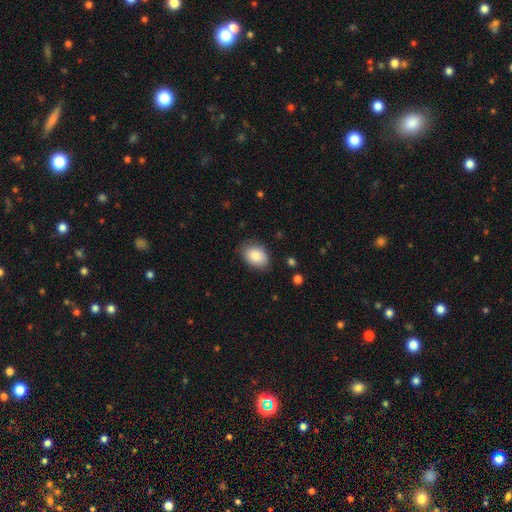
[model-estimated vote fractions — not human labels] smooth-or-featured: smooth: 87% | star or artifact: 7% | featured or disk: 6%
  how-rounded: in between: 84% | round: 15% | cigar-shaped: 1%
  merging: none: 81% | minor disturbance: 15% | major disturbance: 3% | merger: 1%